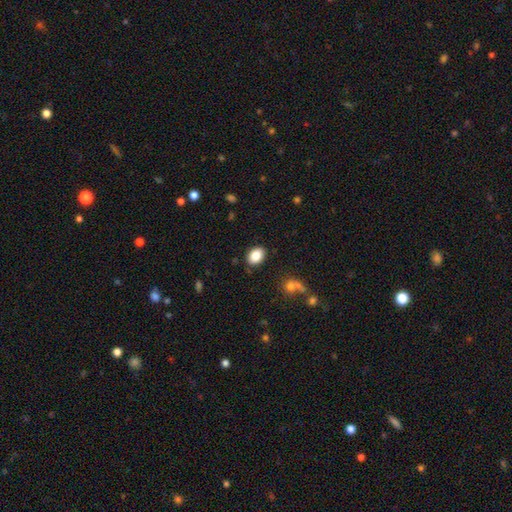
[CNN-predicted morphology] type=smooth (86%); roundness=in between (78%); merging=none (87%).